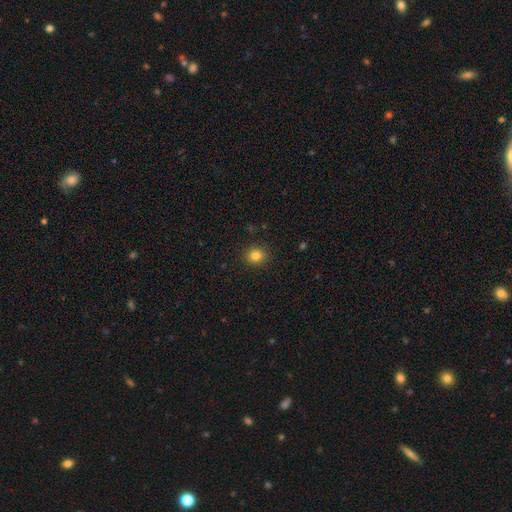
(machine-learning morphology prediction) The model was most divided on "smooth or featured": smooth: 82%, star or artifact: 12%, featured or disk: 6%. More confident: merging — none (91%); how rounded — round (85%).